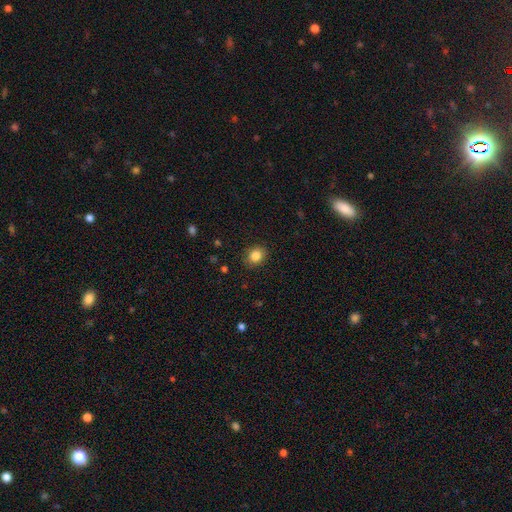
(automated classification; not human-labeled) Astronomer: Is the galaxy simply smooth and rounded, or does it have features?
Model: smooth — 85%.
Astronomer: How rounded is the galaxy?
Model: round — 62% (runner-up: in between, 37%).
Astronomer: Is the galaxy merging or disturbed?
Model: none — 88%.